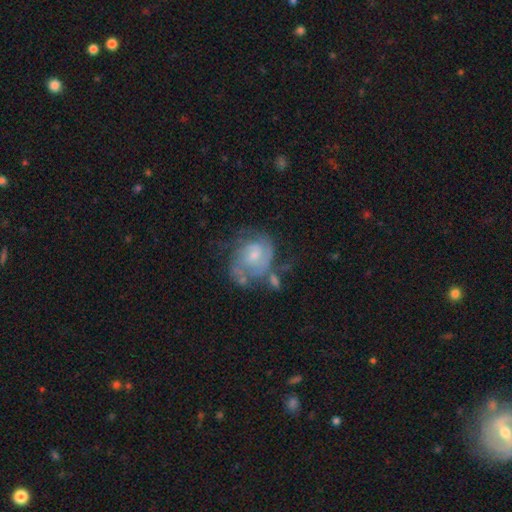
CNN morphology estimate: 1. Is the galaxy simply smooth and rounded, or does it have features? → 76% featured or disk, 17% smooth, 7% star or artifact.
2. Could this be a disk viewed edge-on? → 98% no, 2% yes.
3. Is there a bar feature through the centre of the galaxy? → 58% no, 36% weak, 5% strong.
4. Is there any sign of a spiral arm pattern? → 87% yes, 13% no.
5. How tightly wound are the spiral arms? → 54% tight, 35% medium, 11% loose.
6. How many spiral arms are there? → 42% 2, 32% can't tell, 12% 3, 7% 1, 3% 4, 3% more than 4.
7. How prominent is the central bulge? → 56% small, 35% moderate, 6% none, 3% large, 1% dominant.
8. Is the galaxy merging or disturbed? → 44% none, 23% minor disturbance, 20% major disturbance, 12% merger.